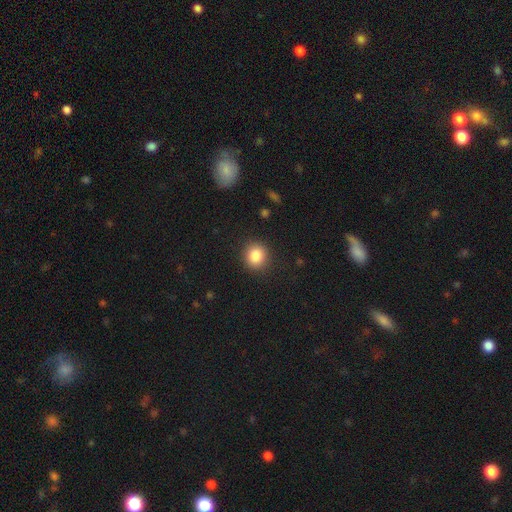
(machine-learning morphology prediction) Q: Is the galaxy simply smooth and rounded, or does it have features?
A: smooth — 85%.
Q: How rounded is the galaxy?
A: round — 84%.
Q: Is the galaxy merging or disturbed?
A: none — 89%.